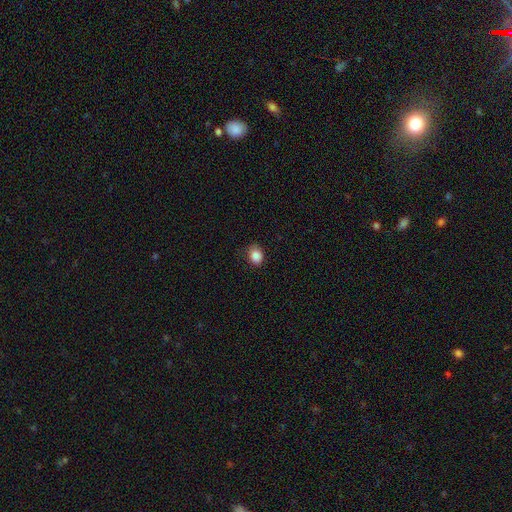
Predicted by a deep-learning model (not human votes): smooth 86%, star or artifact 10%, featured or disk 4%. Down the decision tree: how rounded — round (53%); merging — none (77%).